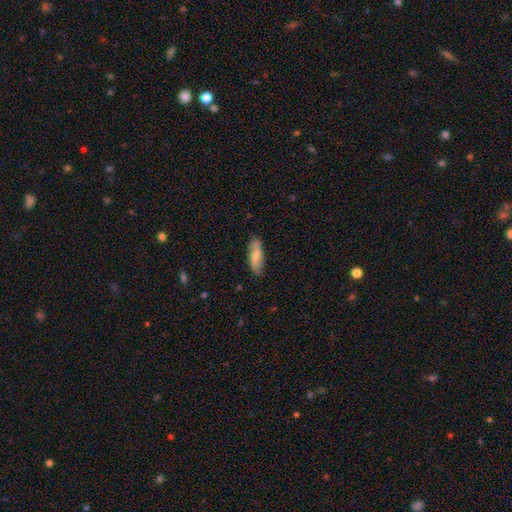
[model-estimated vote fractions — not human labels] Overall: smooth (75%). How rounded: in between (59%; cigar-shaped 39%). Merging: none (82%).